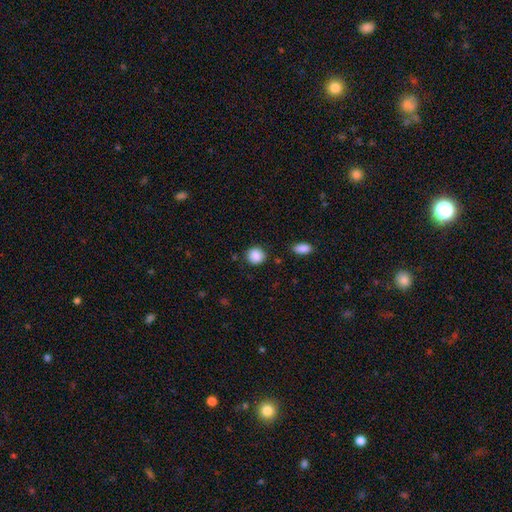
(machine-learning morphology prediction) Smooth or featured? Predicted: smooth (p=0.89). How rounded? Predicted: round (p=0.88). Merging? Predicted: none (p=0.86).